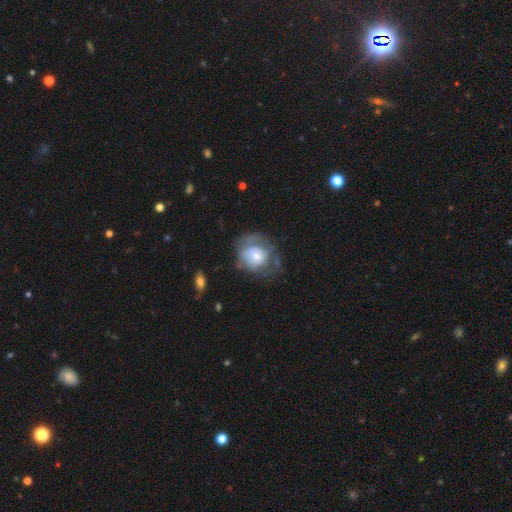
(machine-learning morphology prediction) This appears to be a smooth galaxy with no disk features (51%) that is round (72%). Merging: none (45%).